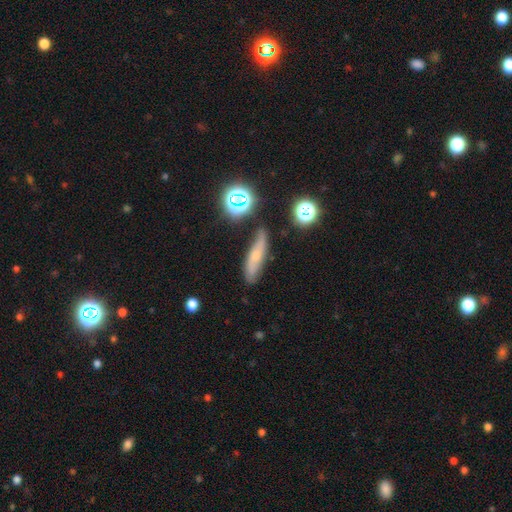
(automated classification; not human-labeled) smooth_or_featured: smooth (p=0.45) [alt: featured or disk p=0.42]
merging: none (p=0.73) [alt: minor disturbance p=0.18]